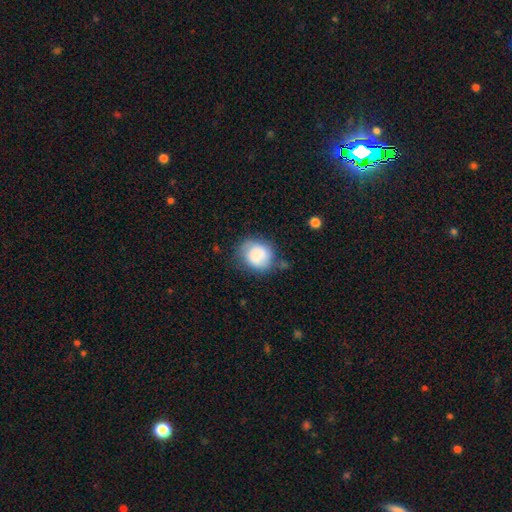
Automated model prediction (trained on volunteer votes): Overall: smooth (77%). How rounded: round (78%). Merging: none (60%; minor disturbance 26%).